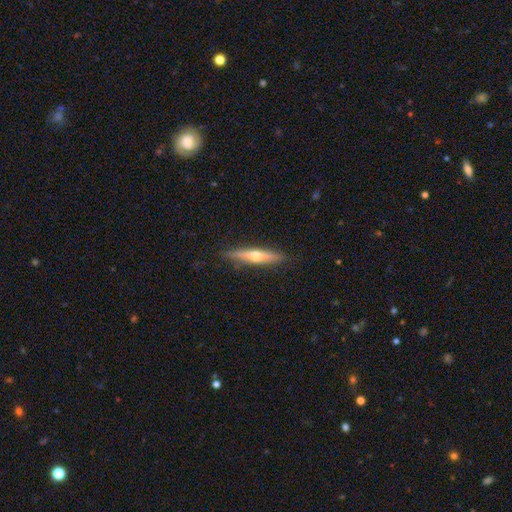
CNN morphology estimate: Smooth or featured? featured or disk (60%)
Edge-on disk? yes (95%)
Edge-on bulge? rounded (89%)
Merging? none (89%)